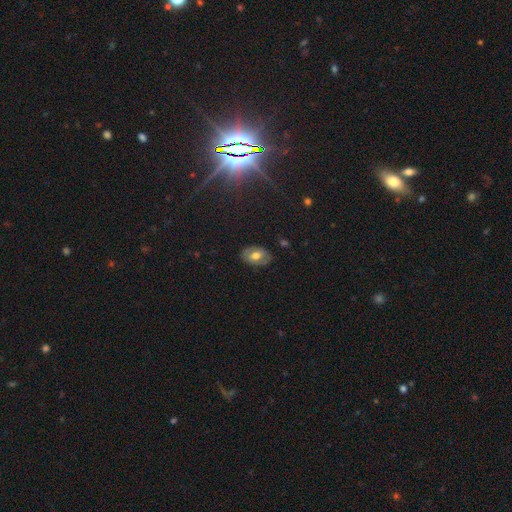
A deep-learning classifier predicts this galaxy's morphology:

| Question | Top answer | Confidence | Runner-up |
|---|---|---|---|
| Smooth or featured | smooth | 57% | featured or disk (35%) |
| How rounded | in between | 86% | round (12%) |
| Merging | none | 83% | minor disturbance (13%) |